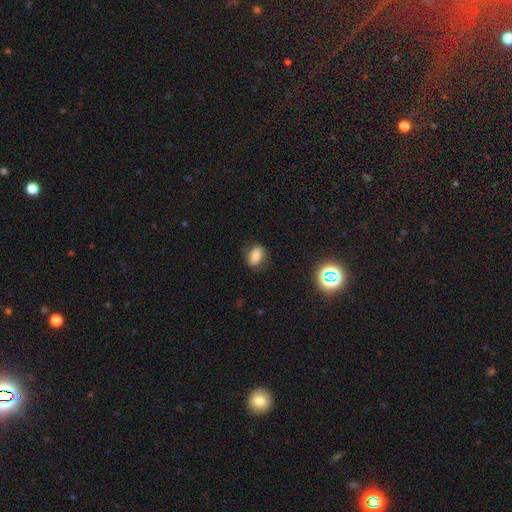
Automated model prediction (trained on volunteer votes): Smooth or featured: smooth — 73% (featured or disk — 15%)
How rounded: in between — 80% (round — 18%)
Merging: none — 76% (minor disturbance — 18%)